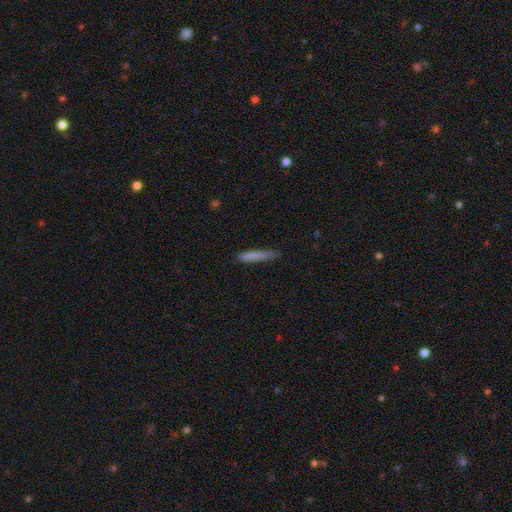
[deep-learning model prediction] smooth-or-featured: smooth: 74% | featured or disk: 18% | star or artifact: 8%
  how-rounded: cigar-shaped: 95% | in between: 4% | round: 1%
  merging: none: 83% | minor disturbance: 13% | major disturbance: 2% | merger: 1%